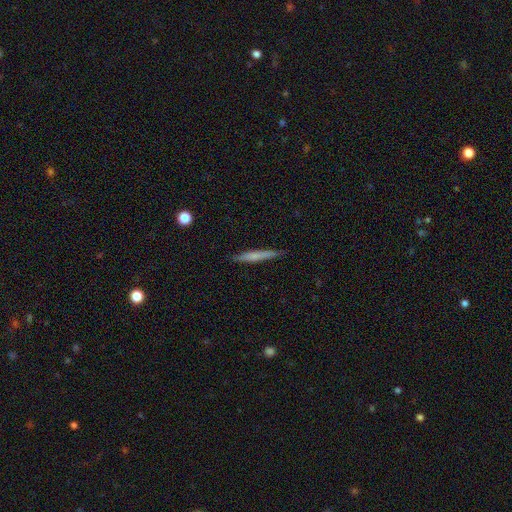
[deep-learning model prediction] Overall: smooth (59%; featured or disk 35%). How rounded: cigar-shaped (95%). Merging: none (89%).